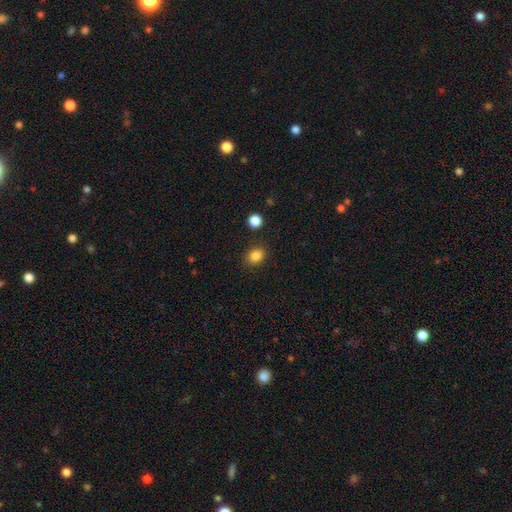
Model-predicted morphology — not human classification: Smooth or featured?
  - smooth: 84% *
  - star or artifact: 11%
  - featured or disk: 5%
How rounded?
  - in between: 54% *
  - round: 45%
  - cigar-shaped: 1%
Merging?
  - none: 84% *
  - minor disturbance: 10%
  - major disturbance: 3%
  - merger: 3%